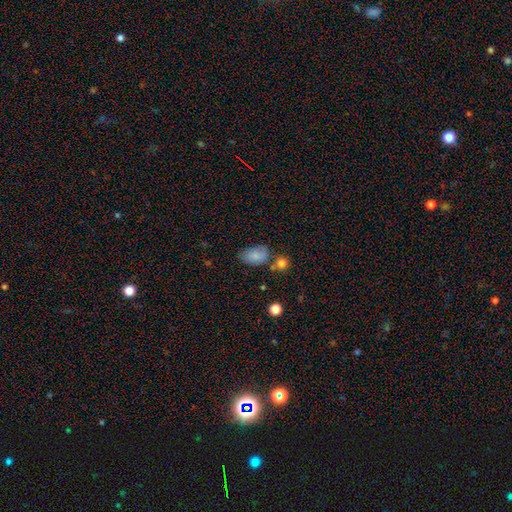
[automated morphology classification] This is clearly a smooth galaxy (81%). How rounded: clearly in between (89%). Merging: possibly none (54%).